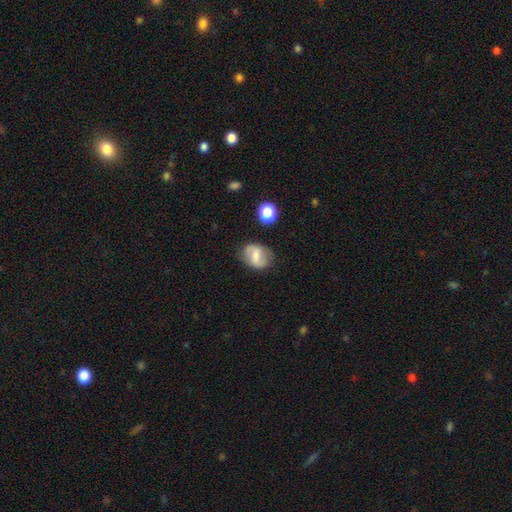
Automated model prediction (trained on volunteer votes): The model was most divided on "smooth or featured": featured or disk: 47%, smooth: 44%, star or artifact: 9%. More confident: merging — none (72%).